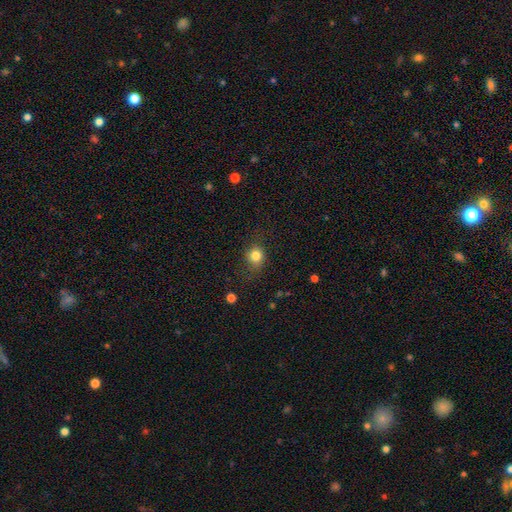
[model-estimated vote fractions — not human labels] Q: Smooth or featured?
A: smooth (80%); runner-up: star or artifact (12%)
Q: How rounded?
A: round (78%); runner-up: in between (21%)
Q: Merging?
A: none (72%); runner-up: minor disturbance (18%)